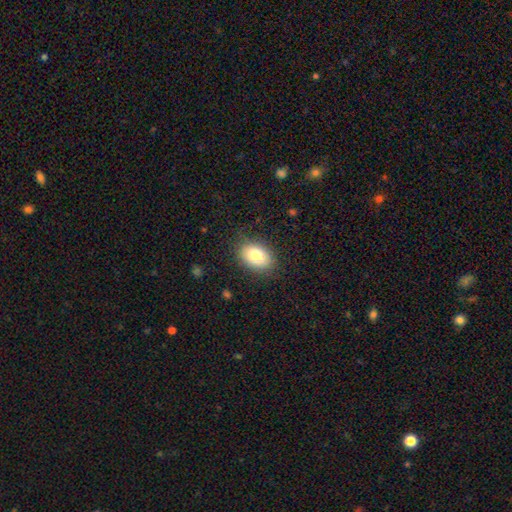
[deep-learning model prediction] Smooth or featured? smooth (81%)
How rounded? in between (80%)
Merging? none (81%)